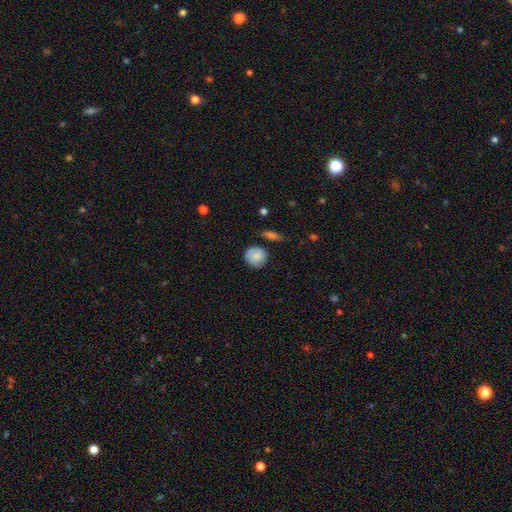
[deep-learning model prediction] Q: Smooth or featured?
A: smooth (78%); runner-up: featured or disk (15%)
Q: How rounded?
A: round (87%); runner-up: in between (11%)
Q: Merging?
A: none (72%); runner-up: minor disturbance (20%)